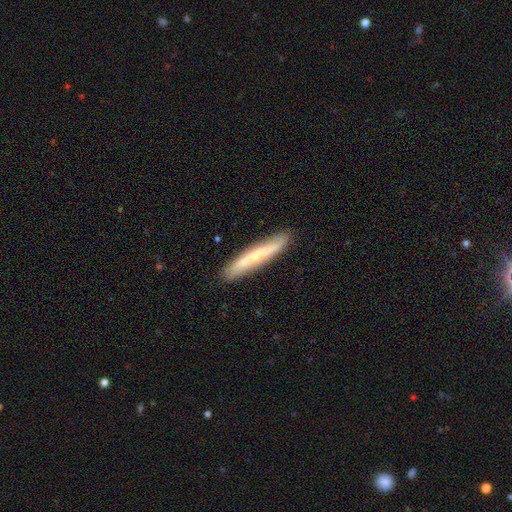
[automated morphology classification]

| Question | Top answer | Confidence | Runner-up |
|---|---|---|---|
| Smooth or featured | smooth | 51% | featured or disk (43%) |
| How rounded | cigar-shaped | 93% | in between (6%) |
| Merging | none | 88% | minor disturbance (9%) |